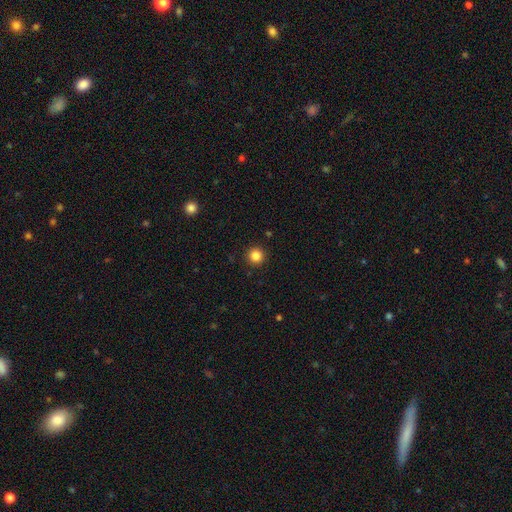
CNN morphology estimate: smooth-or-featured: smooth: 85% | star or artifact: 12% | featured or disk: 4%
  how-rounded: round: 96% | in between: 3% | cigar-shaped: 1%
  merging: none: 93% | minor disturbance: 5% | major disturbance: 2% | merger: 1%